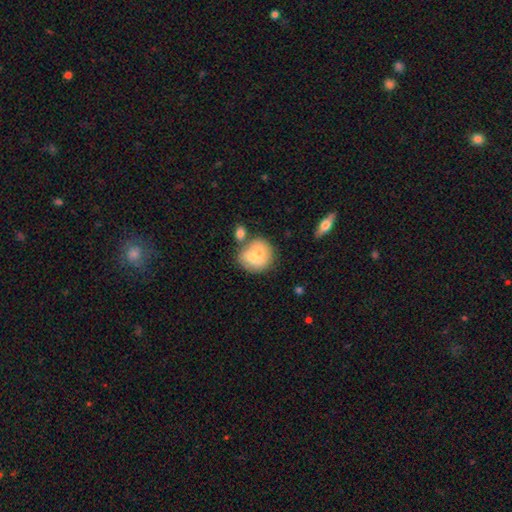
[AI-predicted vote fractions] A smooth galaxy with no disk features (67%) that is round (82%). Merging: none (43%).